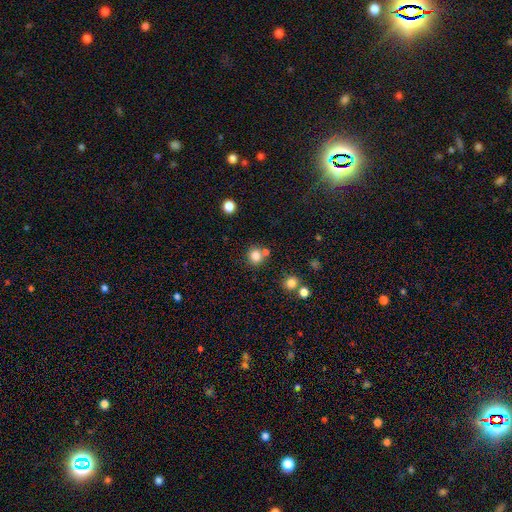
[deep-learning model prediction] A smooth galaxy with no disk features (81%) that is round (87%).

Vote fractions:
- Smooth or featured? smooth: 81% / star or artifact: 13% / featured or disk: 6%
- How rounded? round: 87% / in between: 12% / cigar-shaped: 1%
- Merging? none: 71% / merger: 16% / minor disturbance: 10% / major disturbance: 3%